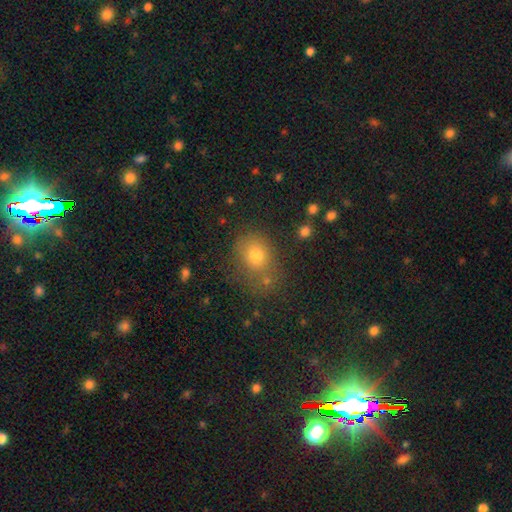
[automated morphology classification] Smooth or featured? Predicted: smooth (p=0.74). How rounded? Predicted: round (p=0.62). Merging? Predicted: none (p=0.63).